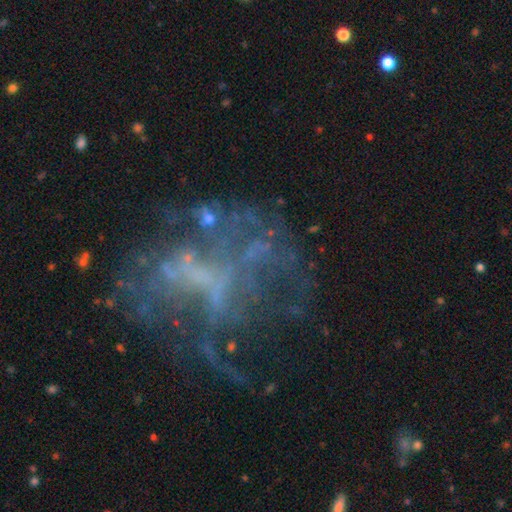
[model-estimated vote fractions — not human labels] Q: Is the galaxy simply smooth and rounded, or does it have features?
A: featured or disk — 60%.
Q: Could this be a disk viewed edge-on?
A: no — 97%.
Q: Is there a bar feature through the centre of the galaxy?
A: no — 76%.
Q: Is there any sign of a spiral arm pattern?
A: no — 79%.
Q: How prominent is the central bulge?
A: none — 72%.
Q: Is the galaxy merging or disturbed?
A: none — 41%.